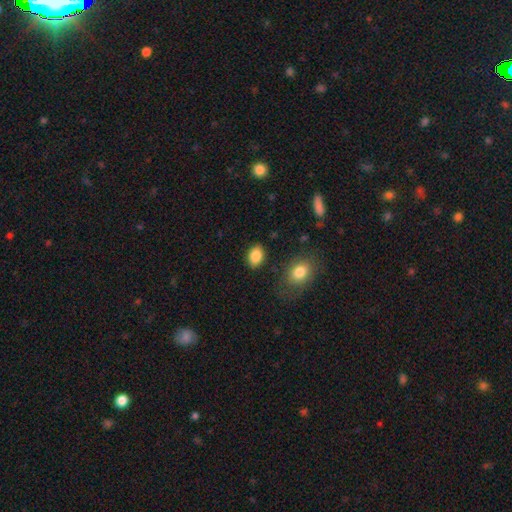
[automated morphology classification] smooth 87%, star or artifact 8%, featured or disk 5%. Down the decision tree: how rounded — in between (81%); merging — none (85%).